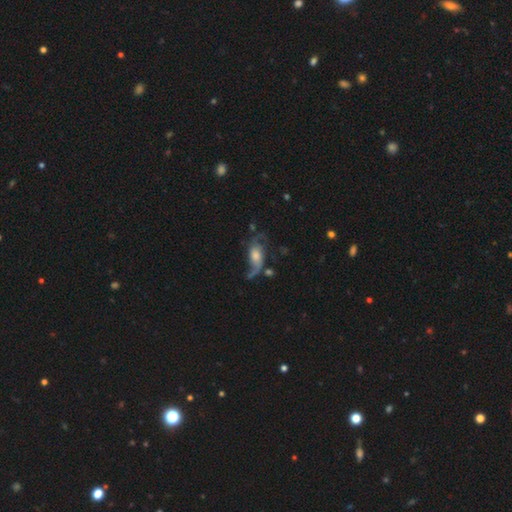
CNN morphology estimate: This appears to be a featured or disk galaxy (72%) with no bar (63%), 2 (71%) loose (74%) spiral arms (89%) and a moderate central bulge (45%). Merging: none (44%).